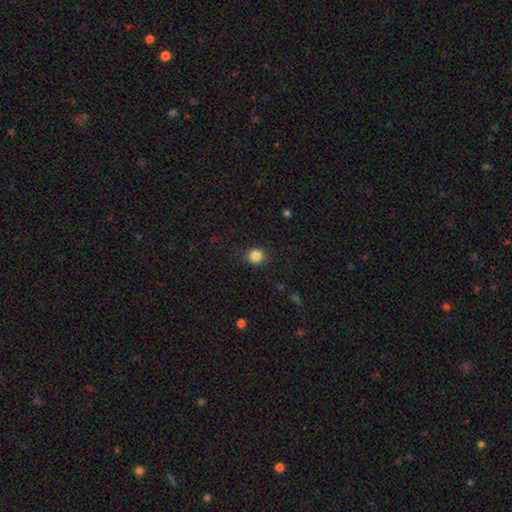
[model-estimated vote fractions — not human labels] This appears to be a smooth galaxy with no disk features (86%) that is round (80%). Merging: none (88%).